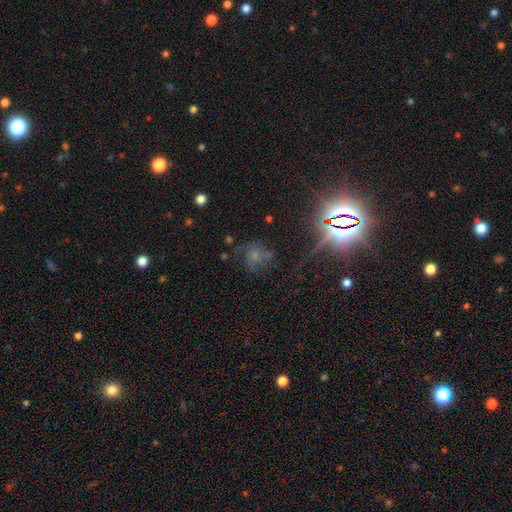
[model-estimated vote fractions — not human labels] The model was most divided on "smooth or featured": smooth: 41%, star or artifact: 38%, featured or disk: 21%. More confident: merging — none (60%).